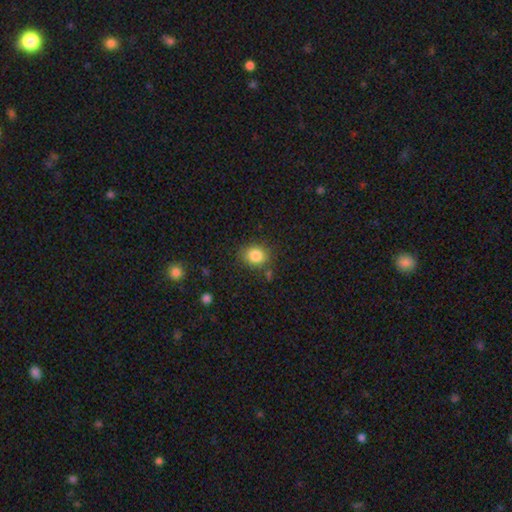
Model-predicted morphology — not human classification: Q: Smooth or featured?
A: smooth (84%); runner-up: star or artifact (10%)
Q: How rounded?
A: round (64%); runner-up: in between (35%)
Q: Merging?
A: none (79%); runner-up: minor disturbance (13%)